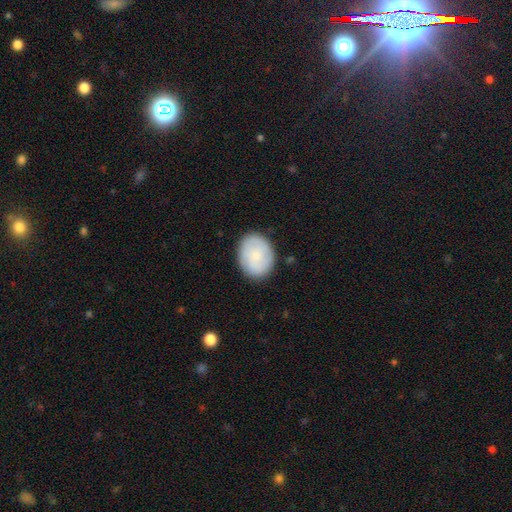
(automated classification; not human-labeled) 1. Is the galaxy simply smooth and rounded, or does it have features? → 66% smooth, 28% featured or disk, 7% star or artifact.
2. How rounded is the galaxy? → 56% in between, 43% round, 1% cigar-shaped.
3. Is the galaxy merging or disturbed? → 85% none, 11% minor disturbance, 3% major disturbance, 1% merger.